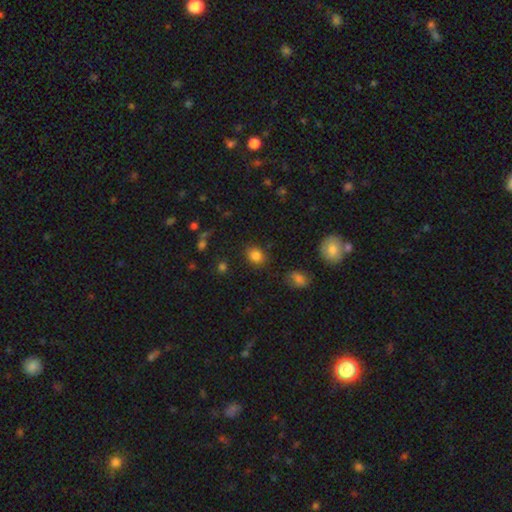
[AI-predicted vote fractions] Smooth or featured? smooth (83%)
How rounded? round (67%)
Merging? none (85%)